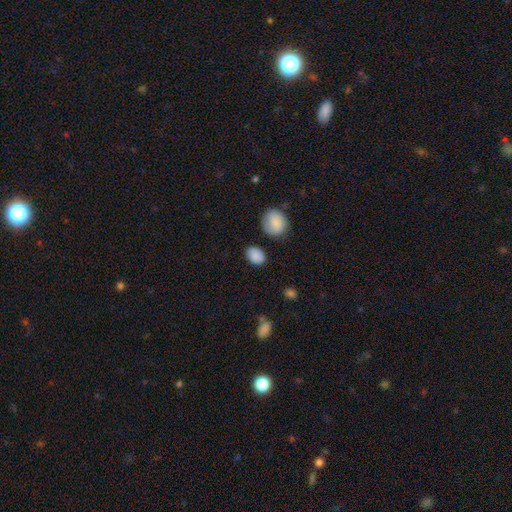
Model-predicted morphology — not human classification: Smooth or featured: smooth — 86% (star or artifact — 9%)
How rounded: in between — 71% (round — 27%)
Merging: none — 81% (minor disturbance — 13%)